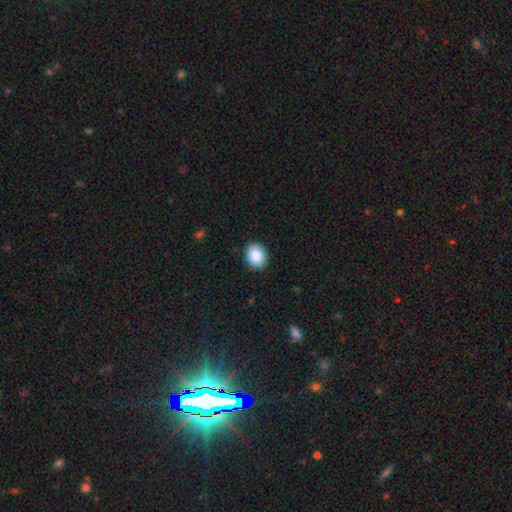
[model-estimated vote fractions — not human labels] smooth 86%, star or artifact 8%, featured or disk 6%. Down the decision tree: how rounded — in between (50%); merging — none (90%).